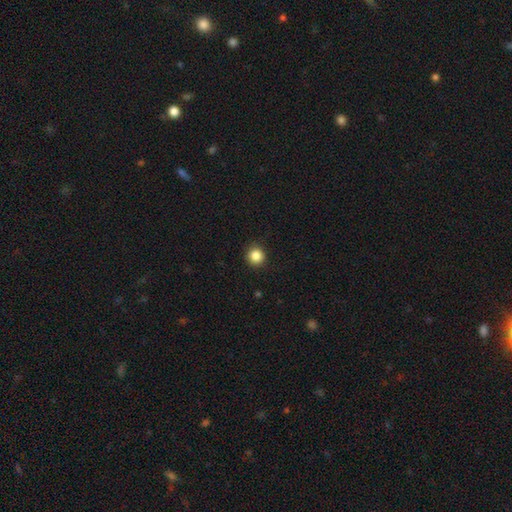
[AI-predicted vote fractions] Morphology: type=smooth (86%); roundness=round (94%); merging=none (91%).